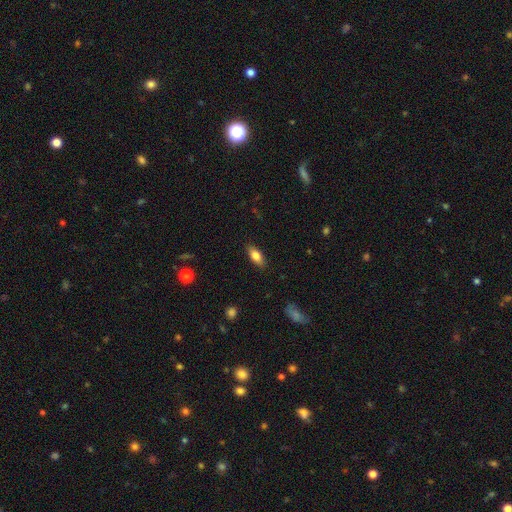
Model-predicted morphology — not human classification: A smooth galaxy with no disk features (80%) that is in between round and cigar-shaped (81%). Merging: none (87%).